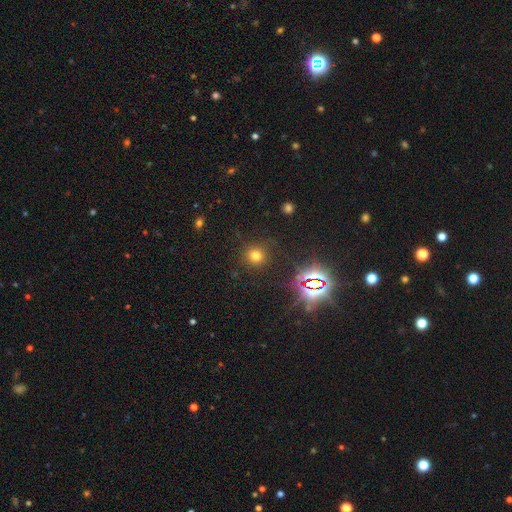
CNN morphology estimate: smooth 67%, star or artifact 25%, featured or disk 8%. Down the decision tree: how rounded — round (92%); merging — none (87%).